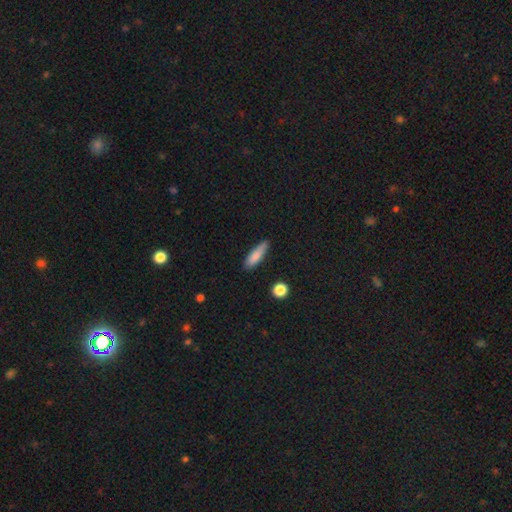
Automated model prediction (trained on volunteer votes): Morphology: type=smooth (83%); roundness=cigar-shaped (64%); merging=none (76%).